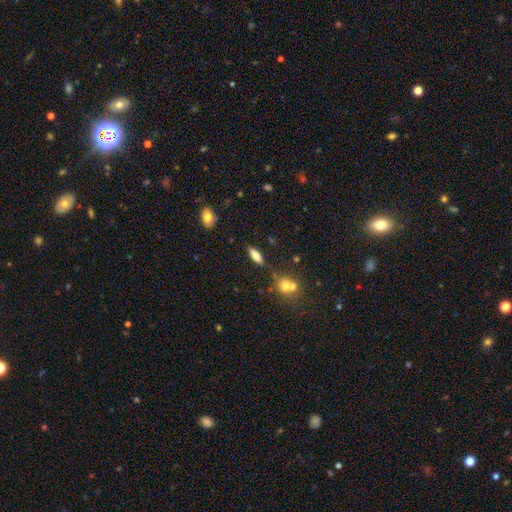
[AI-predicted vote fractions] Q: Smooth or featured?
A: smooth (69%); runner-up: featured or disk (21%)
Q: How rounded?
A: cigar-shaped (52%); runner-up: in between (45%)
Q: Merging?
A: none (79%); runner-up: minor disturbance (12%)